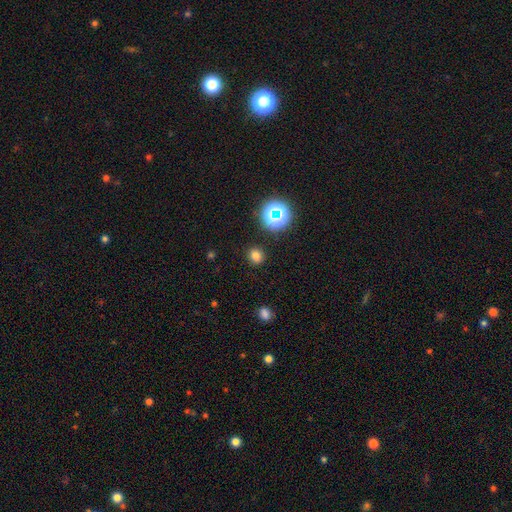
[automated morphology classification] Smooth or featured? Predicted: smooth (p=0.75). How rounded? Predicted: round (p=0.82). Merging? Predicted: none (p=0.89).